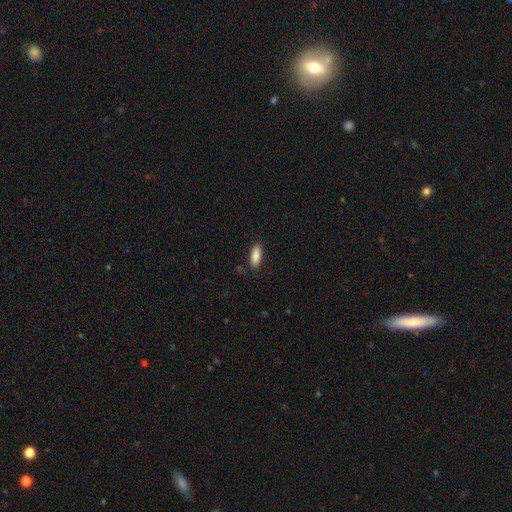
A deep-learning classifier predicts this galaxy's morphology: smooth-or-featured: smooth: 87% | star or artifact: 6% | featured or disk: 6%
  how-rounded: in between: 70% | cigar-shaped: 28% | round: 2%
  merging: none: 87% | minor disturbance: 10% | major disturbance: 2% | merger: 1%